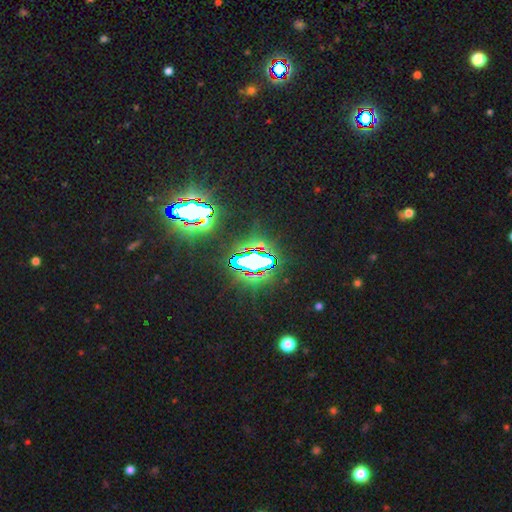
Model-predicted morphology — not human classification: Smooth or featured?
  - star or artifact: 72% *
  - smooth: 16%
  - featured or disk: 12%